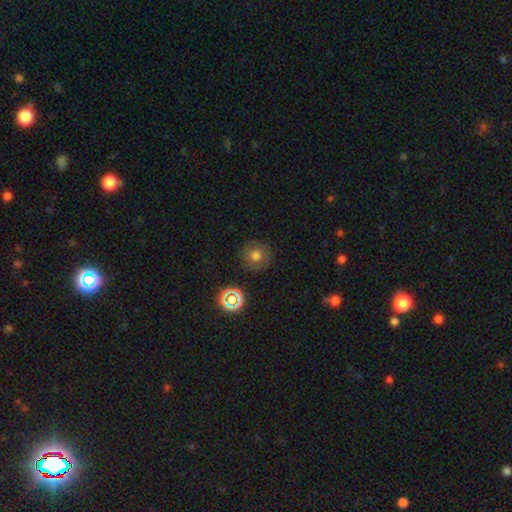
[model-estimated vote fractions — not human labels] The model was most divided on "smooth or featured": smooth: 71%, star or artifact: 16%, featured or disk: 13%. More confident: how rounded — round (94%); merging — none (86%).